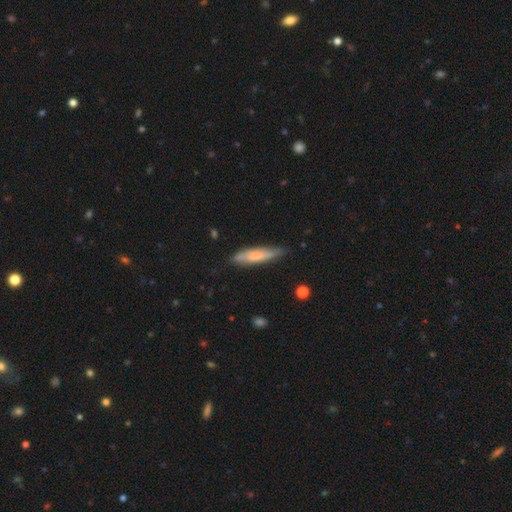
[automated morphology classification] Overall: smooth (69%). How rounded: cigar-shaped (81%). Merging: none (76%).